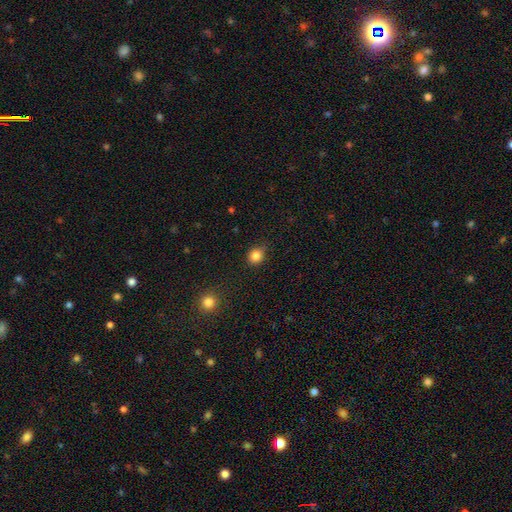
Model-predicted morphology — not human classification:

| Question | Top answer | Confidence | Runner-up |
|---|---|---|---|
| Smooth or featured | smooth | 84% | star or artifact (12%) |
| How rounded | round | 78% | in between (21%) |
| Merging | none | 79% | minor disturbance (16%) |